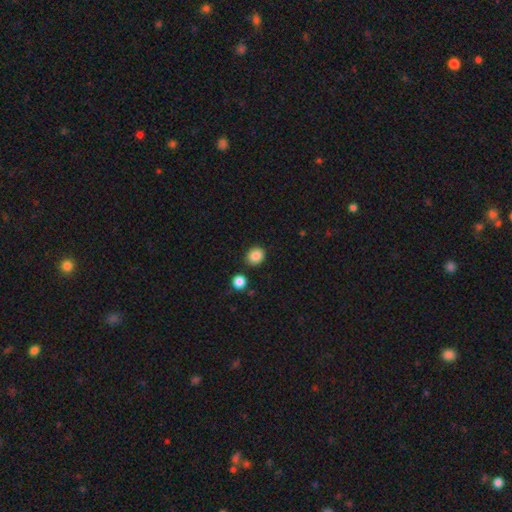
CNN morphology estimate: Smooth or featured: smooth — 87% (star or artifact — 9%)
How rounded: round — 72% (in between — 28%)
Merging: none — 86% (minor disturbance — 8%)